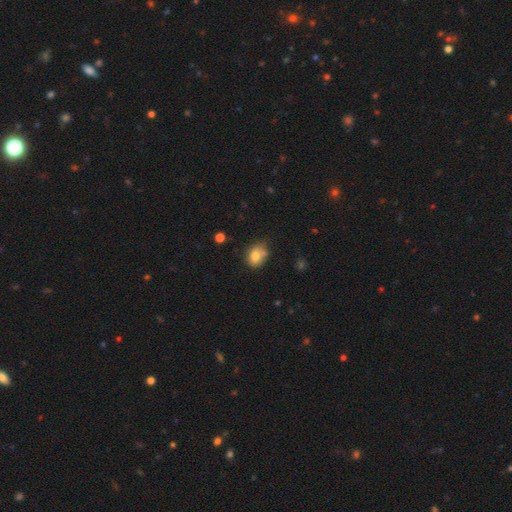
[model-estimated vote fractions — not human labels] smooth 77%, featured or disk 12%, star or artifact 10%. Down the decision tree: how rounded — in between (57%); merging — none (52%).